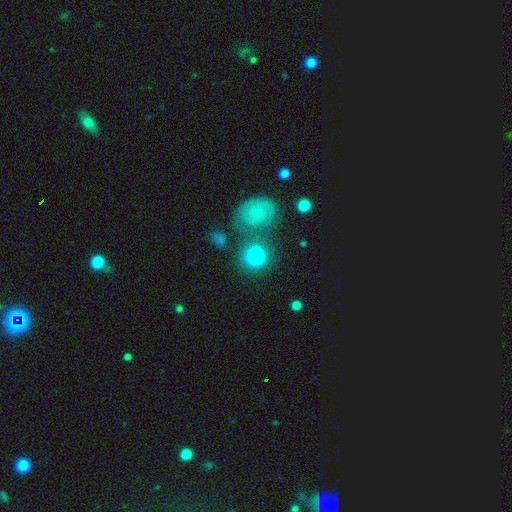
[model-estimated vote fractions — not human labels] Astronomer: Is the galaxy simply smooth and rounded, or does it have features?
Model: smooth — 79%.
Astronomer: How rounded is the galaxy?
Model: round — 84%.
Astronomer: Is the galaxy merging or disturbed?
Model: none — 58%.